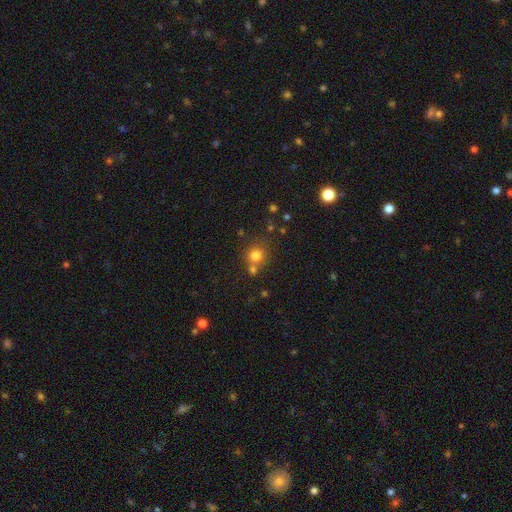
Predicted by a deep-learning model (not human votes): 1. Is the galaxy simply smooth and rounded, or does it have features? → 78% smooth, 14% star or artifact, 8% featured or disk.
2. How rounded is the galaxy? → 88% round, 11% in between, 1% cigar-shaped.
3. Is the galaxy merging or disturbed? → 60% none, 26% merger, 10% minor disturbance, 4% major disturbance.